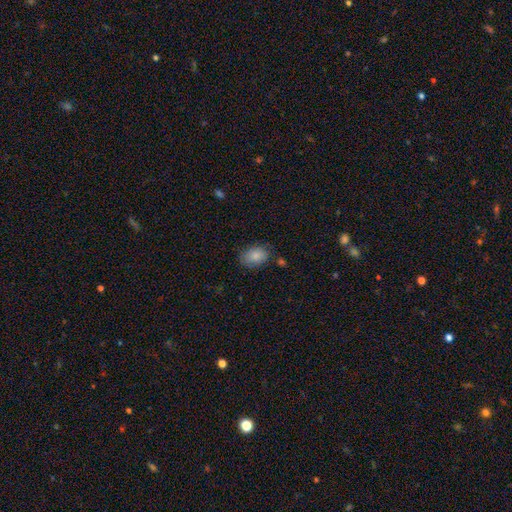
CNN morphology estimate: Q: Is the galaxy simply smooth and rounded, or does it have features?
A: smooth — 84%.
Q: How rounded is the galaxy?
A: in between — 78%.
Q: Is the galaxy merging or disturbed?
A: none — 73%.